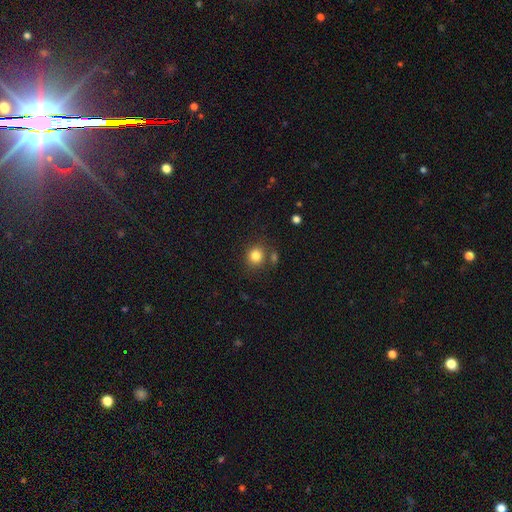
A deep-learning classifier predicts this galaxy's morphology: Smooth or featured? smooth (82%)
How rounded? round (83%)
Merging? none (75%)